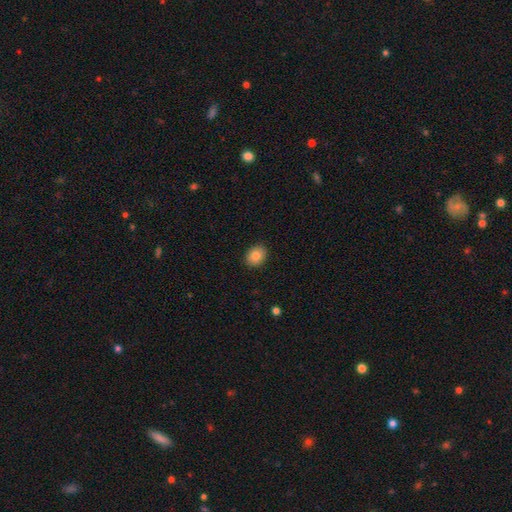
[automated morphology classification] This appears to be a smooth galaxy with no disk features (84%) that is in between round and cigar-shaped (53%). Merging: none (90%).